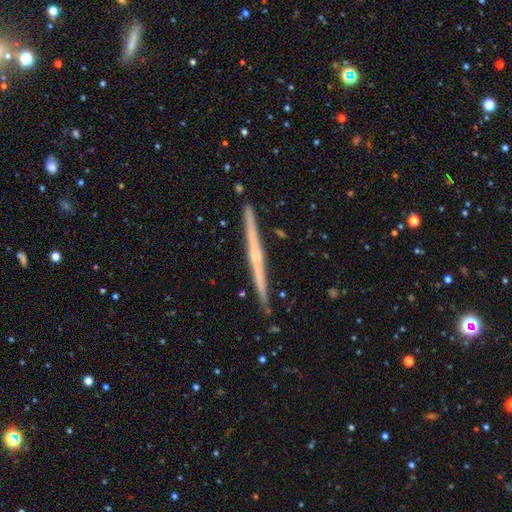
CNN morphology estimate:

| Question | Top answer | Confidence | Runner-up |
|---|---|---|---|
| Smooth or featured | featured or disk | 72% | smooth (22%) |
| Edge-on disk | yes | 98% | no (2%) |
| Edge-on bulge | none | 59% | rounded (36%) |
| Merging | none | 91% | minor disturbance (7%) |